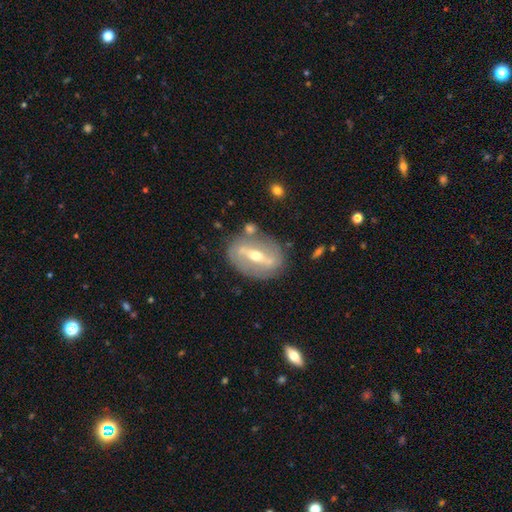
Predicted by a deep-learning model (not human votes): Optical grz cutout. It shows a featured or disk galaxy (79%) with a strong bar (72%), spiral arms (52%) and a moderate central bulge (66%). Merging: none (79%).